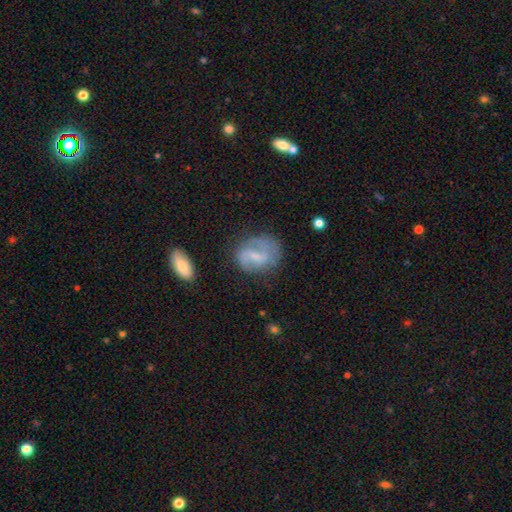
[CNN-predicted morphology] smooth-or-featured: featured or disk: 65% | smooth: 27% | star or artifact: 8%
  disk-edge-on: no: 97% | yes: 3%
    bar: weak: 53% | no: 24% | strong: 23%
    has-spiral-arms: yes: 83% | no: 17%
      spiral-winding: medium: 44% | loose: 33% | tight: 23%
      spiral-arm-count: 2: 72% | can't tell: 13% | 1: 11% | 3: 2% | 4: 1% | more than 4: 1%
    bulge-size: small: 46% | none: 28% | moderate: 22% | large: 2% | dominant: 1%
  merging: none: 61% | minor disturbance: 23% | major disturbance: 13% | merger: 3%